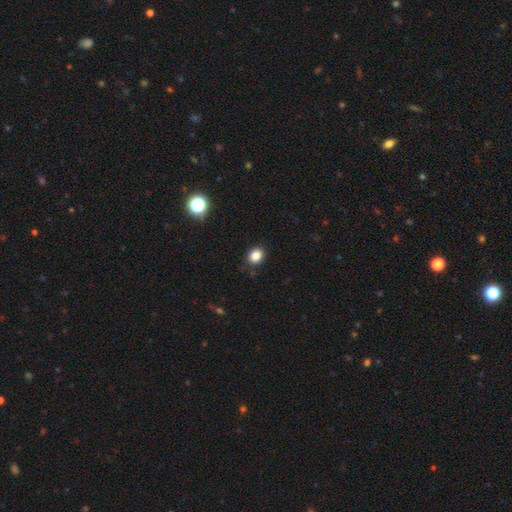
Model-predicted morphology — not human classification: A smooth galaxy with no disk features (85%) that is round (54%).

Vote fractions:
- Smooth or featured? smooth: 85% / star or artifact: 11% / featured or disk: 4%
- How rounded? round: 54% / in between: 45% / cigar-shaped: 1%
- Merging? none: 87% / minor disturbance: 10% / major disturbance: 2% / merger: 1%